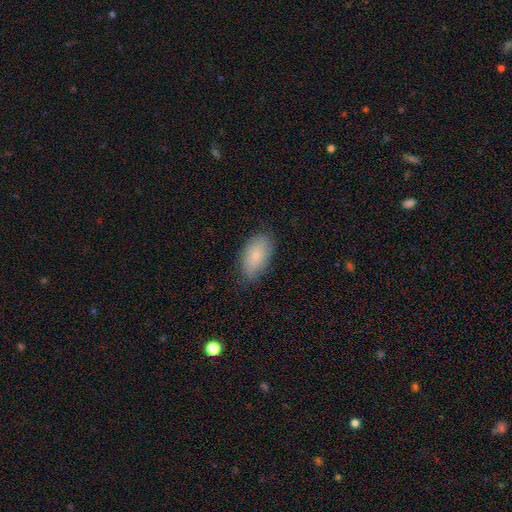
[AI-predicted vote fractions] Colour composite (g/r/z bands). It shows a smooth galaxy with no disk features (81%) that is in between round and cigar-shaped (93%). Merging: none (78%).